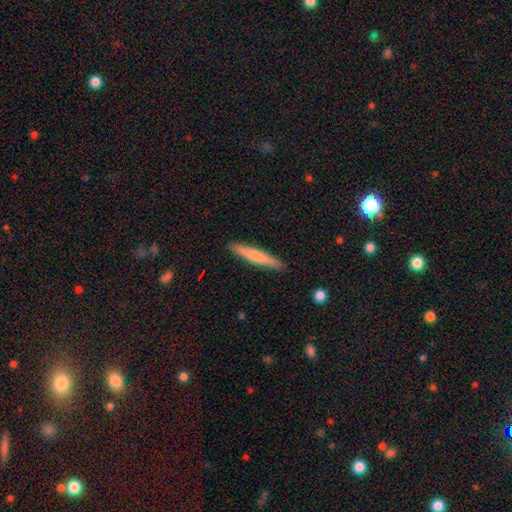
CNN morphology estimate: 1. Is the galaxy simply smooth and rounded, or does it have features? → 64% smooth, 31% featured or disk, 5% star or artifact.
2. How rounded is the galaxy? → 94% cigar-shaped, 4% in between, 1% round.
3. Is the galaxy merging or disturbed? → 91% none, 7% minor disturbance, 1% major disturbance, 1% merger.